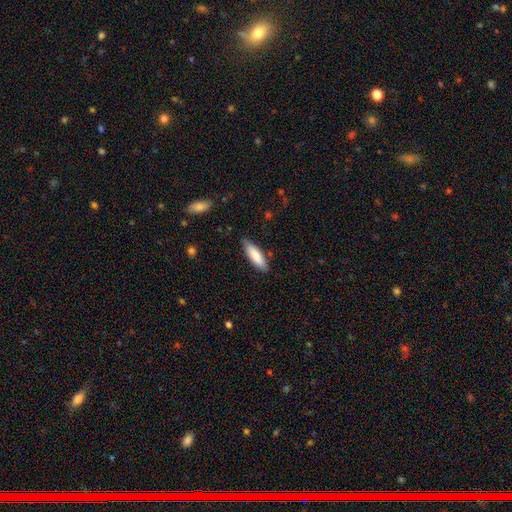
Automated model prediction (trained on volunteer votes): Overall: smooth (82%). How rounded: cigar-shaped (55%; in between 43%). Merging: none (84%).